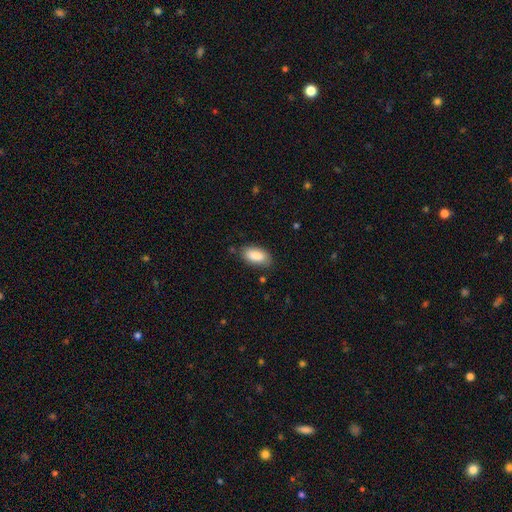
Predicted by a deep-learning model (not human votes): Smooth or featured?
  - smooth: 88% *
  - star or artifact: 6%
  - featured or disk: 6%
How rounded?
  - in between: 93% *
  - cigar-shaped: 4%
  - round: 3%
Merging?
  - none: 79% *
  - minor disturbance: 16%
  - major disturbance: 3%
  - merger: 2%